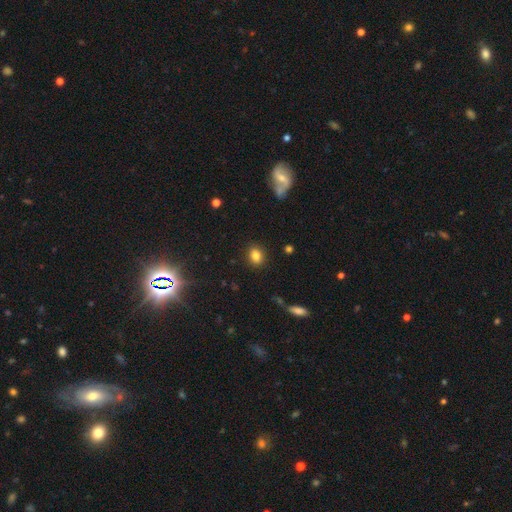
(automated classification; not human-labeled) This is clearly a smooth galaxy (83%). How rounded: possibly round (50%). Merging: clearly none (88%).